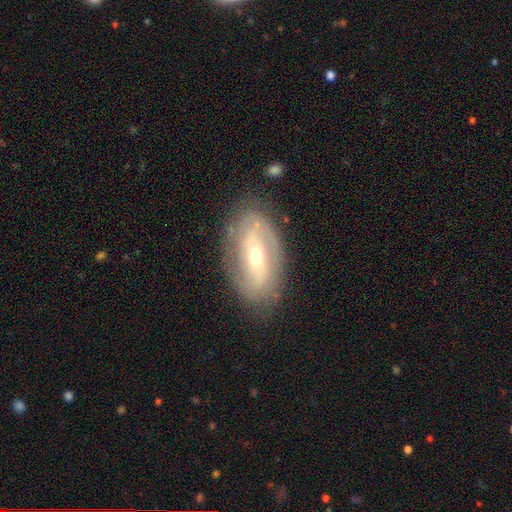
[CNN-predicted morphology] Overall: featured or disk (76%). Edge-on disk: no (92%). Bar: weak (34%; strong 33%). Spiral arms: yes (76%). Spiral arm count: 2 (63%; can't tell 25%). Spiral winding: tight (50%; medium 33%). Bulge size: moderate (56%; small 39%). Merging: none (80%).